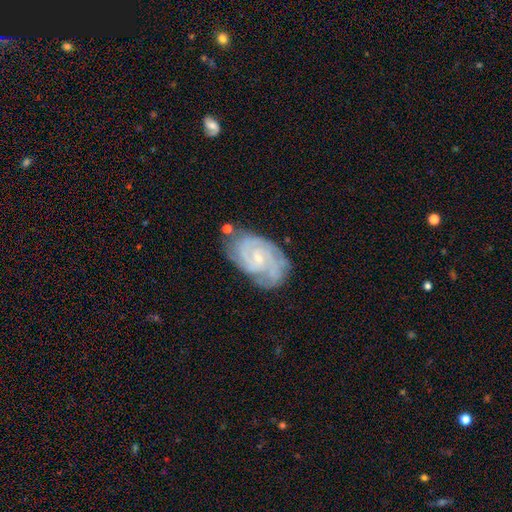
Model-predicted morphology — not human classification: smooth_or_featured: featured or disk (p=0.80) [alt: smooth p=0.10]
disk_edge_on: no (p=0.97) [alt: yes p=0.03]
bar: no (p=0.61) [alt: weak p=0.32]
has_spiral_arms: yes (p=0.96) [alt: no p=0.04]
spiral_winding: tight (p=0.65) [alt: medium p=0.29]
spiral_arm_count: 2 (p=0.30) [alt: 3 p=0.29]
bulge_size: small (p=0.69) [alt: moderate p=0.27]
merging: none (p=0.74) [alt: minor disturbance p=0.19]